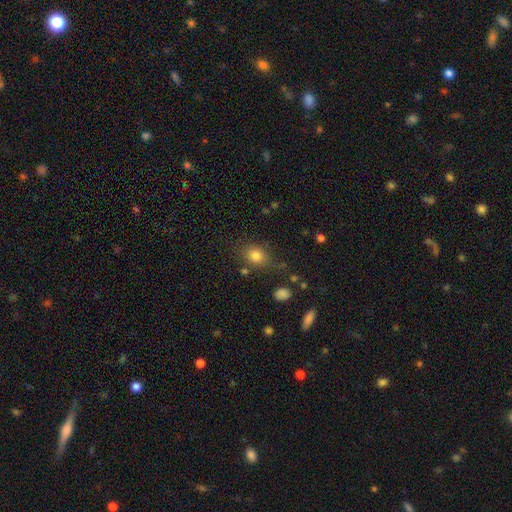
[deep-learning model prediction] Smooth or featured? smooth (80%)
How rounded? round (52%)
Merging? none (72%)